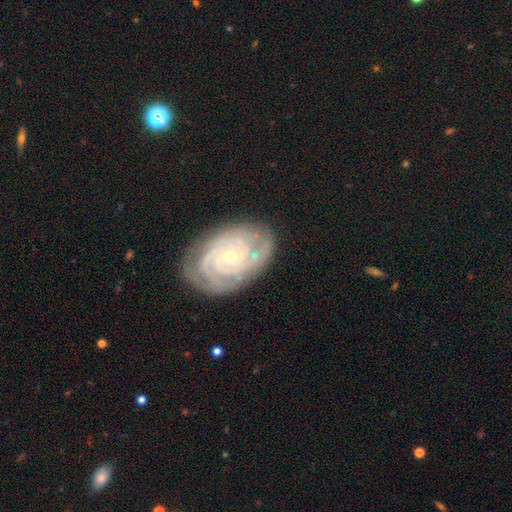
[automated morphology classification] A featured or disk galaxy (89%) with no bar (58%), 3 (30%) tight (79%) spiral arms (98%) and a small central bulge (62%). Merging: none (78%).